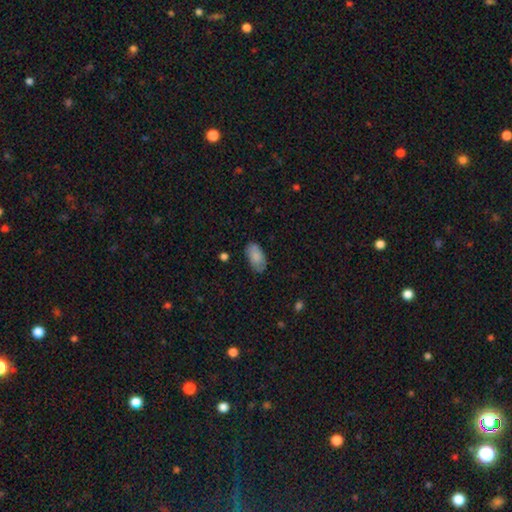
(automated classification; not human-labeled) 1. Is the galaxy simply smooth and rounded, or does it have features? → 82% smooth, 11% featured or disk, 7% star or artifact.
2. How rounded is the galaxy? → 94% in between, 3% round, 3% cigar-shaped.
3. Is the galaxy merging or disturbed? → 76% none, 19% minor disturbance, 4% major disturbance, 1% merger.